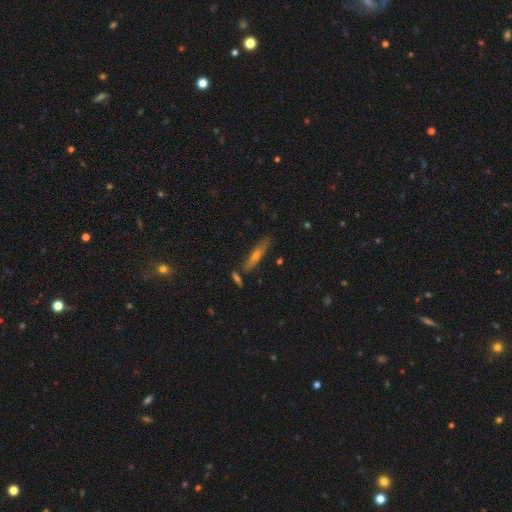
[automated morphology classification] Smooth or featured? featured or disk (53%)
Edge-on disk? yes (85%)
Merging? none (78%)